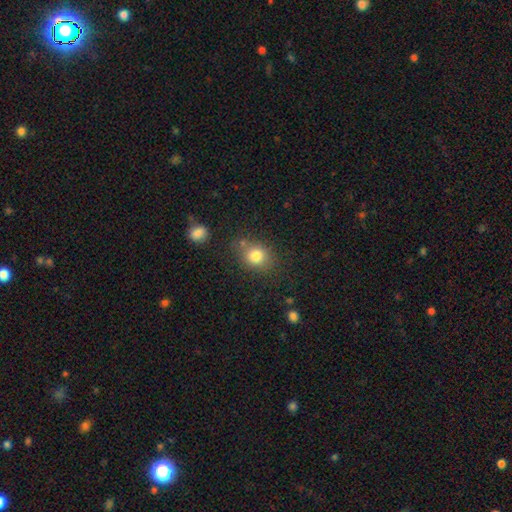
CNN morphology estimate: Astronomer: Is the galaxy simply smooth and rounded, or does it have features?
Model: smooth — 81%.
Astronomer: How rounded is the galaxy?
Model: round — 63%.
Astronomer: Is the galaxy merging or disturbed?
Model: none — 70%.